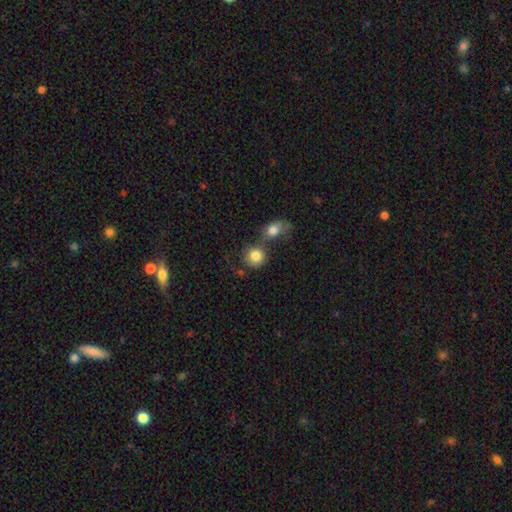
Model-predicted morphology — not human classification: This appears to be a smooth galaxy with no disk features (83%) that is round (85%). Merging: none (45%).